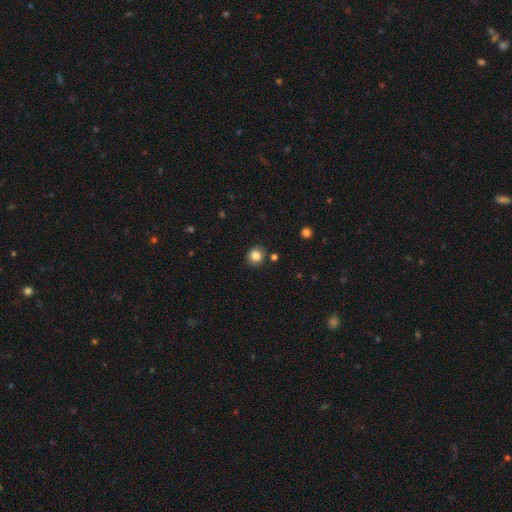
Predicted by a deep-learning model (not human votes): Smooth or featured?
  - smooth: 84% *
  - star or artifact: 10%
  - featured or disk: 5%
How rounded?
  - round: 83% *
  - in between: 16%
  - cigar-shaped: 1%
Merging?
  - none: 83% *
  - minor disturbance: 10%
  - merger: 4%
  - major disturbance: 3%